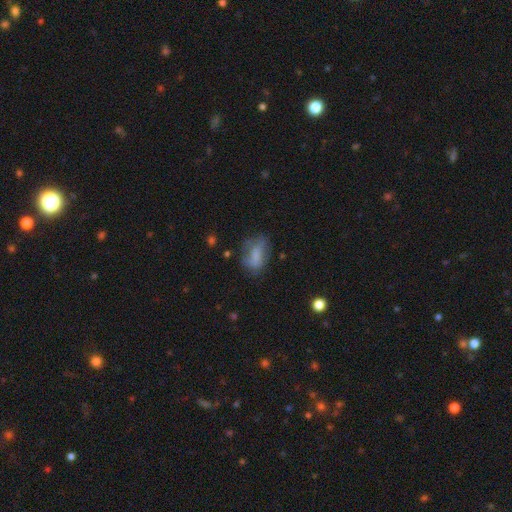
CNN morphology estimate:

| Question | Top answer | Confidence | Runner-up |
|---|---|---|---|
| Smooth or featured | smooth | 67% | featured or disk (23%) |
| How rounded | in between | 82% | round (12%) |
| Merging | none | 51% | minor disturbance (29%) |